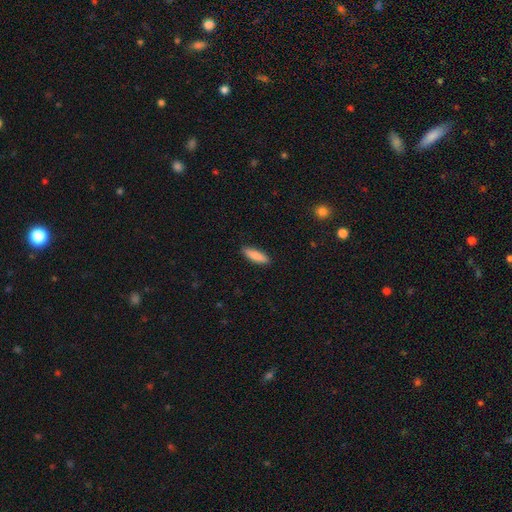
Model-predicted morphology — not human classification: A smooth galaxy with no disk features (85%) that is cigar-shaped (60%).

Vote fractions:
- Smooth or featured? smooth: 85% / featured or disk: 9% / star or artifact: 6%
- How rounded? cigar-shaped: 60% / in between: 38% / round: 2%
- Merging? none: 89% / minor disturbance: 8% / major disturbance: 2% / merger: 1%